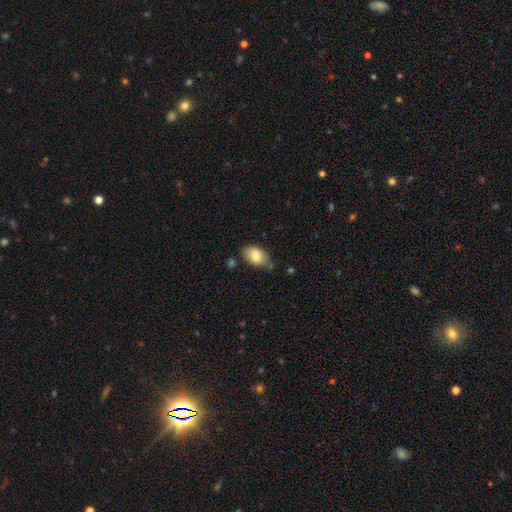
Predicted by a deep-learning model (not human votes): Smooth or featured? Predicted: smooth (p=0.82). How rounded? Predicted: in between (p=0.89). Merging? Predicted: none (p=0.72).